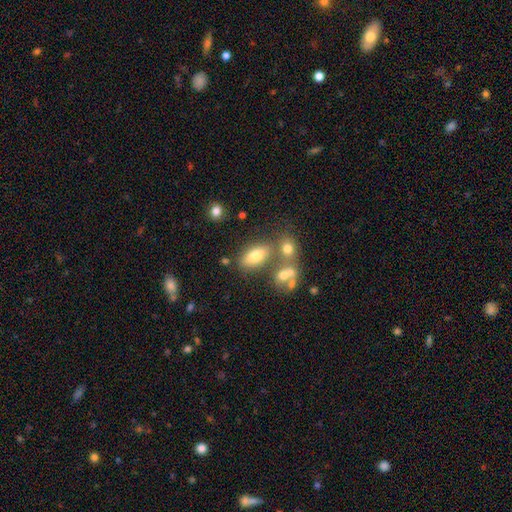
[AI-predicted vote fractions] Morphology: type=smooth (72%); roundness=in between (82%); merging=none (60%).